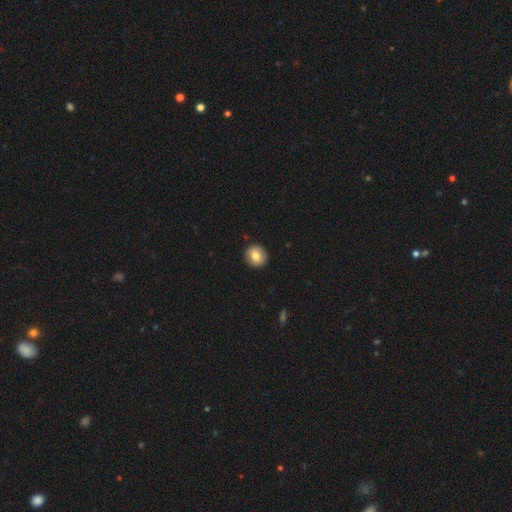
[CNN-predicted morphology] type=smooth (80%); roundness=round (90%); merging=none (91%).